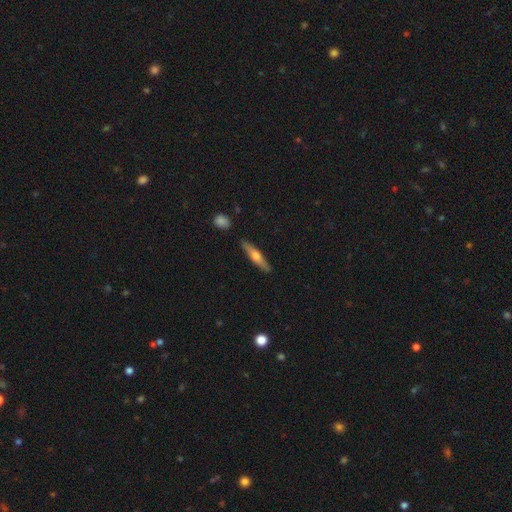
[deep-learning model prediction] smooth 49%, featured or disk 45%, star or artifact 6%. Down the decision tree: merging — none (86%).